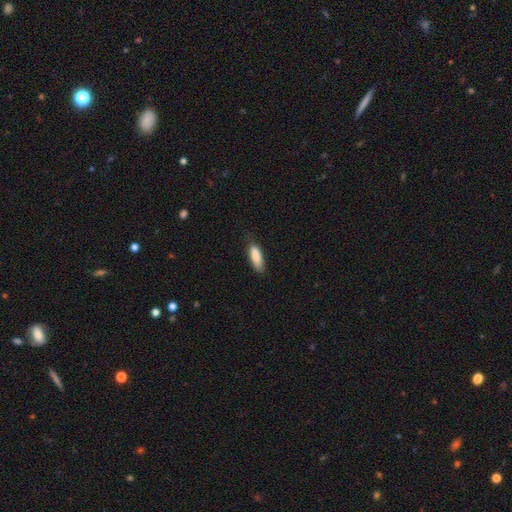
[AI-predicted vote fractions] Smooth or featured?
  - smooth: 84% *
  - featured or disk: 9%
  - star or artifact: 6%
How rounded?
  - in between: 59% *
  - cigar-shaped: 39%
  - round: 2%
Merging?
  - none: 72% *
  - minor disturbance: 22%
  - major disturbance: 4%
  - merger: 1%